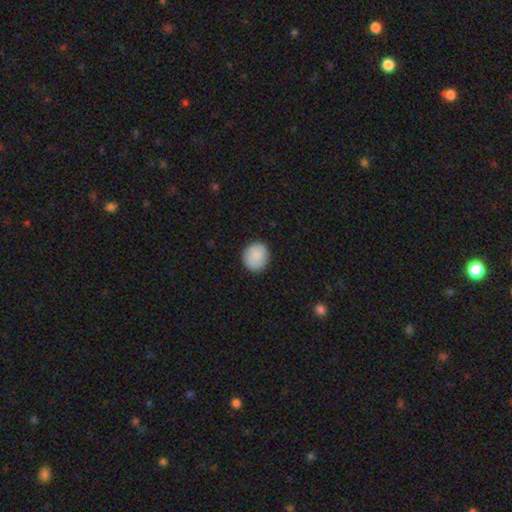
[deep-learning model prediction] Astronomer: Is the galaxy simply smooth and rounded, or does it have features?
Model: smooth — 88%.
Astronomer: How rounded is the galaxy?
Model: round — 86%.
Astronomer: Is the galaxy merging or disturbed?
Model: none — 87%.